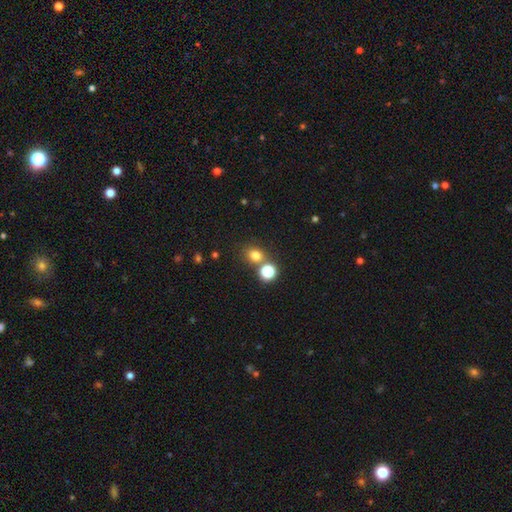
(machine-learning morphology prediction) Smooth or featured?
  - smooth: 75% *
  - star or artifact: 18%
  - featured or disk: 7%
How rounded?
  - round: 69% *
  - in between: 30%
  - cigar-shaped: 1%
Merging?
  - none: 66% *
  - merger: 21%
  - minor disturbance: 9%
  - major disturbance: 4%